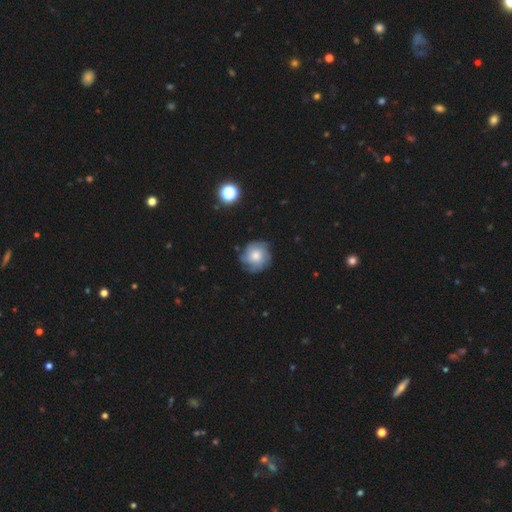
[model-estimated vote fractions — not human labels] Morphology: type=featured or disk (54%); edge-on=no (97%); bar=no (81%); spiral arms=yes (88%); bulge=moderate (59%); merging=none (76%).